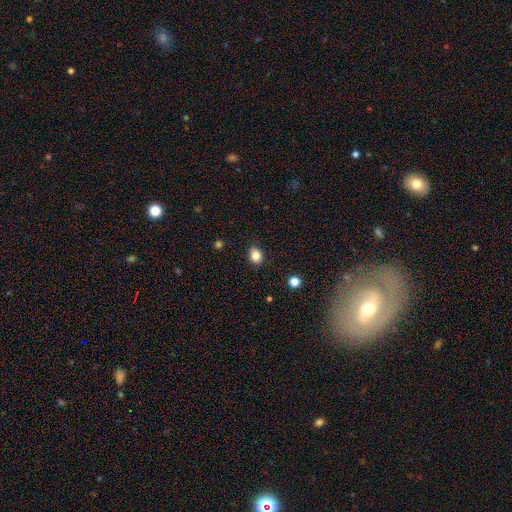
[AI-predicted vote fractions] Smooth or featured: smooth — 83% (star or artifact — 10%)
How rounded: in between — 53% (round — 46%)
Merging: none — 88% (minor disturbance — 9%)